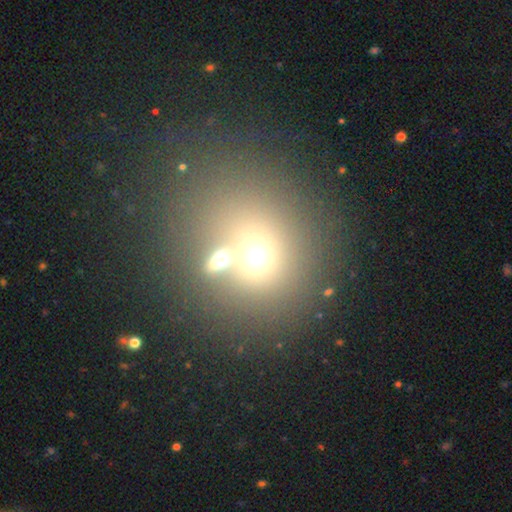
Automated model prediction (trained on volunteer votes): smooth-or-featured: smooth: 58% | star or artifact: 26% | featured or disk: 16%
  how-rounded: round: 76% | in between: 23% | cigar-shaped: 1%
  merging: none: 49% | merger: 35% | minor disturbance: 10% | major disturbance: 7%